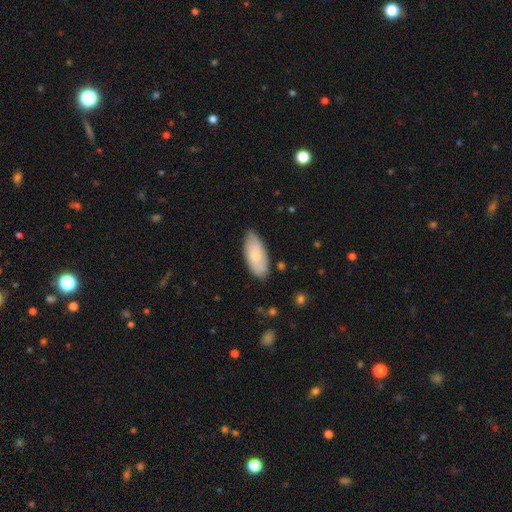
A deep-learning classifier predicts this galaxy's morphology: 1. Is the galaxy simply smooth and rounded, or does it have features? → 70% smooth, 24% featured or disk, 6% star or artifact.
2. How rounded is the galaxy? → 89% in between, 9% cigar-shaped, 2% round.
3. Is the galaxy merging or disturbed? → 76% none, 20% minor disturbance, 3% major disturbance, 2% merger.